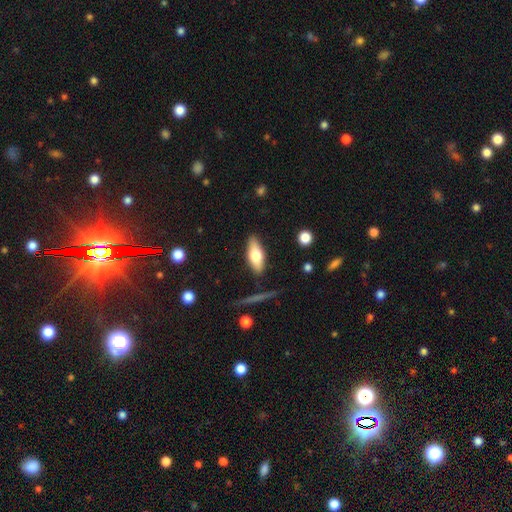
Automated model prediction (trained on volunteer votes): Q: Smooth or featured?
A: smooth (64%); runner-up: featured or disk (30%)
Q: How rounded?
A: in between (71%); runner-up: cigar-shaped (26%)
Q: Merging?
A: none (84%); runner-up: minor disturbance (11%)